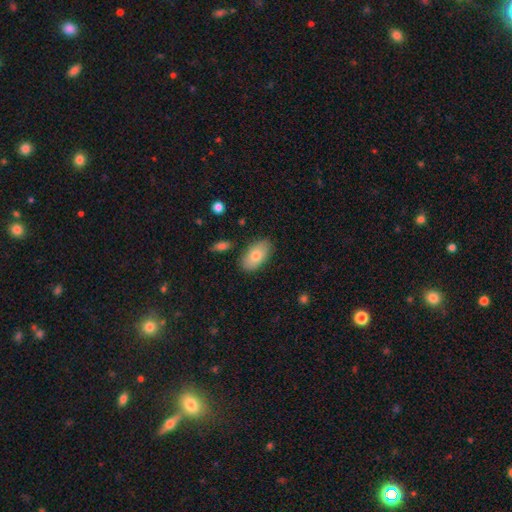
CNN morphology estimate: type=smooth (77%); roundness=in between (94%); merging=none (84%).